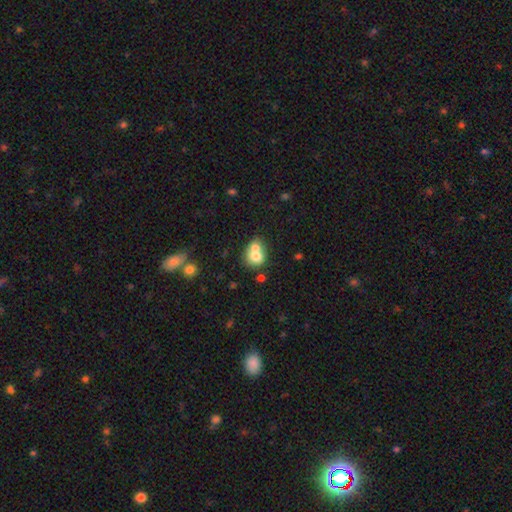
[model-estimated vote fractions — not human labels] This appears to be a smooth galaxy with no disk features (70%) that is round (68%). Merging: merger (65%).